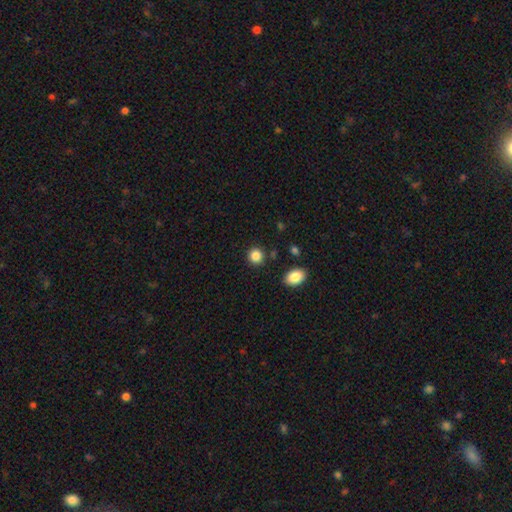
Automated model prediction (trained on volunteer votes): This is clearly a smooth galaxy (86%). How rounded: clearly round (87%). Merging: clearly none (87%).